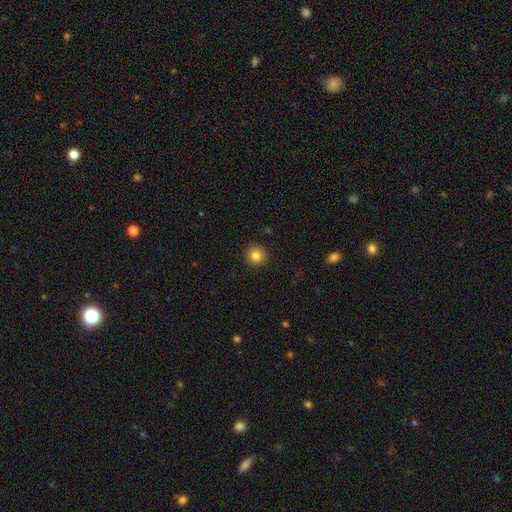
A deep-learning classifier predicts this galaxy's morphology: smooth_or_featured: smooth (p=0.84) [alt: star or artifact p=0.11]
how_rounded: round (p=0.93) [alt: in between p=0.06]
merging: none (p=0.92) [alt: minor disturbance p=0.05]